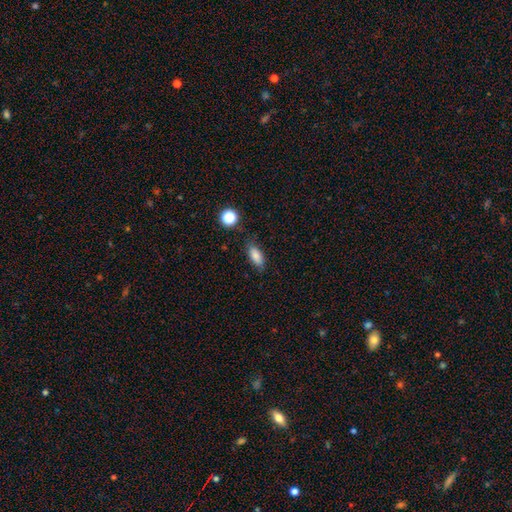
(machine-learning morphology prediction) type=smooth (83%); roundness=in between (82%); merging=none (78%).